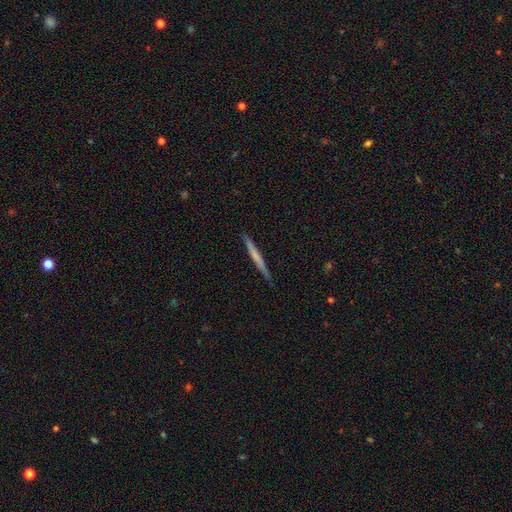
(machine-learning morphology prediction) The model was most divided on "smooth or featured": smooth: 53%, featured or disk: 42%, star or artifact: 5%. More confident: how rounded — cigar-shaped (97%); merging — none (89%).